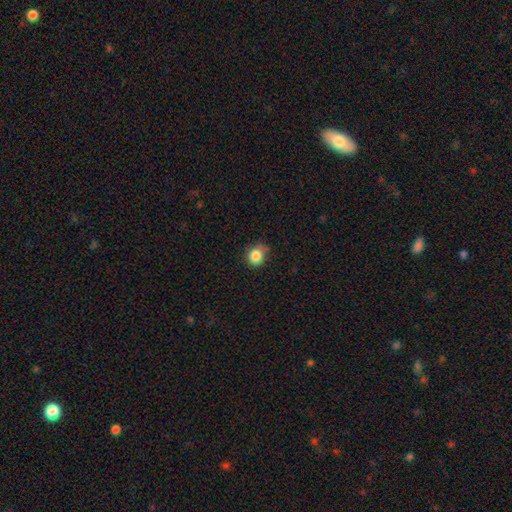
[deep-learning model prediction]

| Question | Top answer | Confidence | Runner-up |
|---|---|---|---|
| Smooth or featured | smooth | 84% | star or artifact (11%) |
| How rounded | round | 73% | in between (26%) |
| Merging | none | 69% | minor disturbance (25%) |